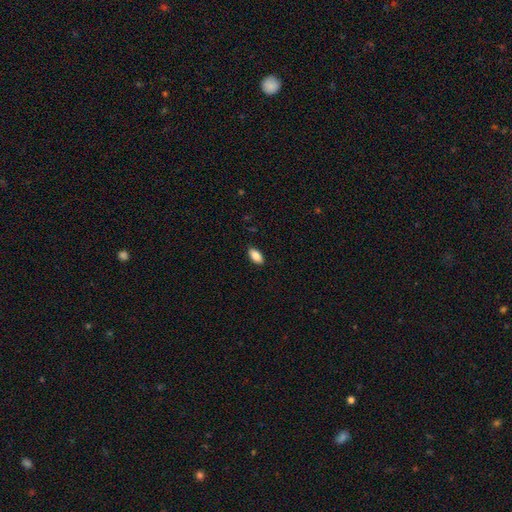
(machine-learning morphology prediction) This appears to be a smooth galaxy with no disk features (87%) that is in between round and cigar-shaped (92%). Merging: none (89%).